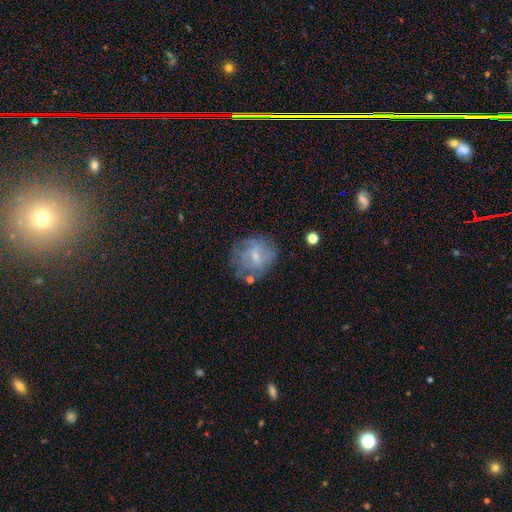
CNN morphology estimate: The model was most divided on "bar": weak: 51%, no: 40%, strong: 9%. More confident: edge-on disk — no (97%); bulge size — small (64%); spiral arms — yes (63%); merging — none (62%); smooth or featured — featured or disk (56%).